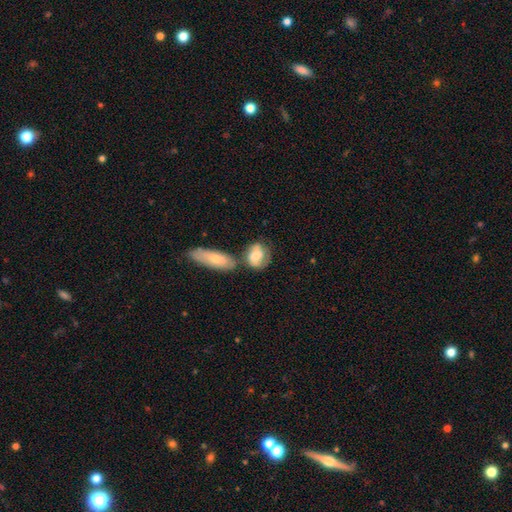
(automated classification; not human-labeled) A smooth galaxy with no disk features (62%) that is in between round and cigar-shaped (59%).

Vote fractions:
- Smooth or featured? smooth: 62% / featured or disk: 31% / star or artifact: 6%
- How rounded? in between: 59% / round: 36% / cigar-shaped: 4%
- Merging? none: 41% / merger: 29% / minor disturbance: 20% / major disturbance: 9%